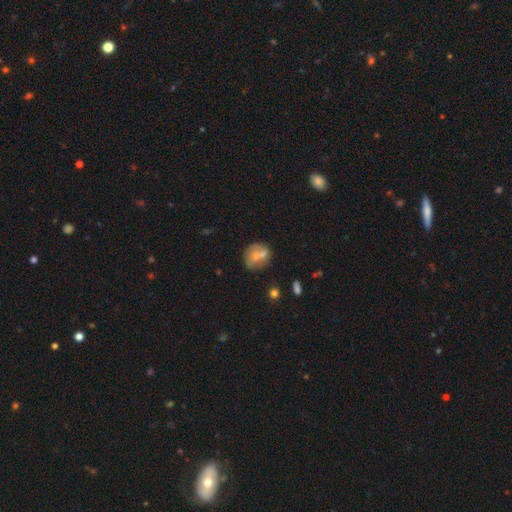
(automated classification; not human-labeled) Smooth or featured? Predicted: smooth (p=0.61). How rounded? Predicted: round (p=0.61). Merging? Predicted: none (p=0.45).